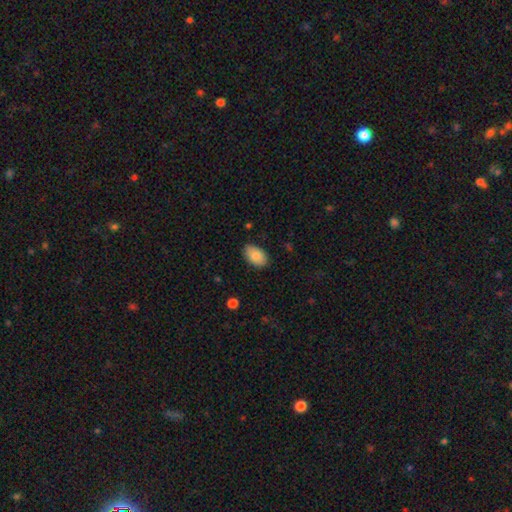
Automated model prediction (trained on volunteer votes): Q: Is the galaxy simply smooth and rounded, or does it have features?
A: smooth — 86%.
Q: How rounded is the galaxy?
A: in between — 93%.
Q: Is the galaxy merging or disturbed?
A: none — 85%.